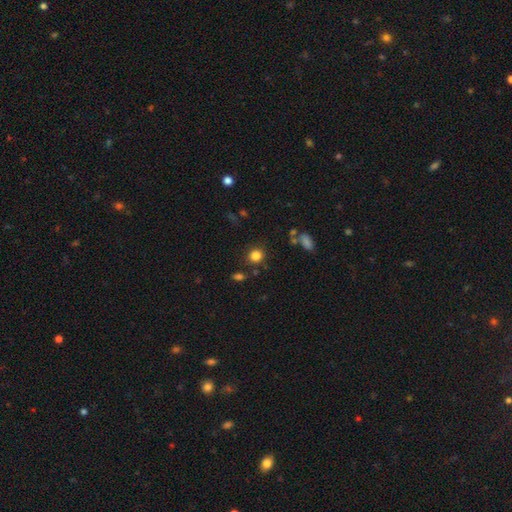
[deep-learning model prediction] A smooth galaxy with no disk features (83%) that is round (82%). Merging: none (82%).